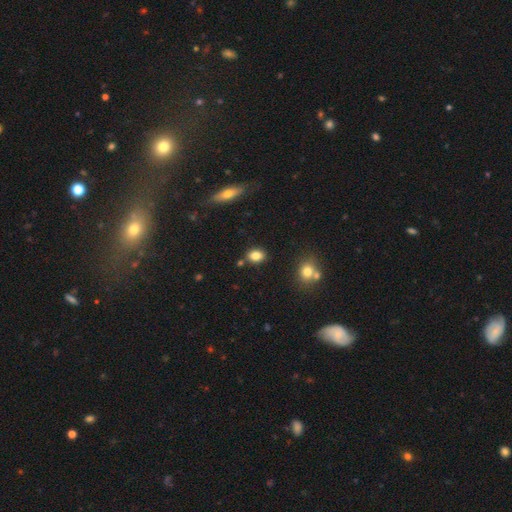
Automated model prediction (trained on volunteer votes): Overall: smooth (83%). How rounded: in between (64%; round 34%). Merging: none (81%).